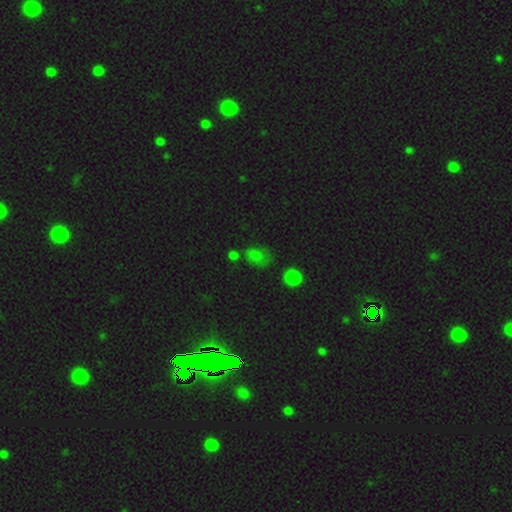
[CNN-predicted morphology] Smooth or featured: smooth — 62% (star or artifact — 29%)
How rounded: in between — 60% (round — 38%)
Merging: none — 50% (minor disturbance — 25%)